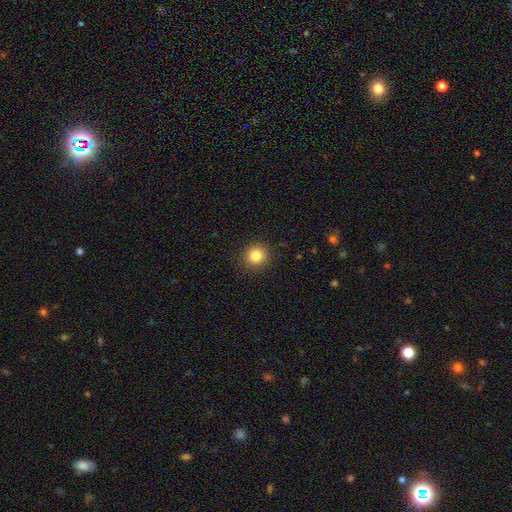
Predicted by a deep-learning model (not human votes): Smooth or featured?
  - smooth: 84% *
  - star or artifact: 11%
  - featured or disk: 5%
How rounded?
  - round: 90% *
  - in between: 9%
  - cigar-shaped: 1%
Merging?
  - none: 90% *
  - minor disturbance: 7%
  - major disturbance: 2%
  - merger: 1%